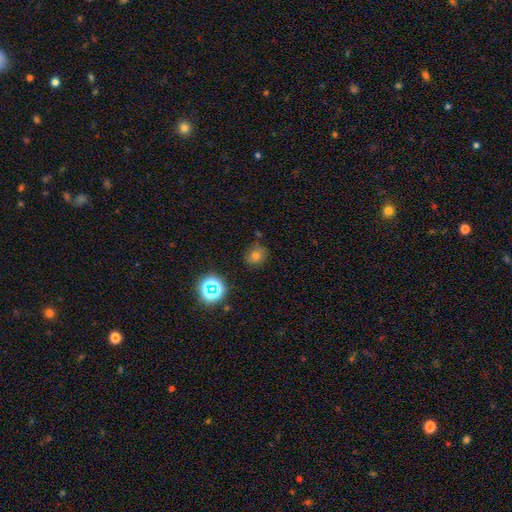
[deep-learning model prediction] Smooth or featured? Predicted: smooth (p=0.68). How rounded? Predicted: round (p=0.69). Merging? Predicted: none (p=0.78).